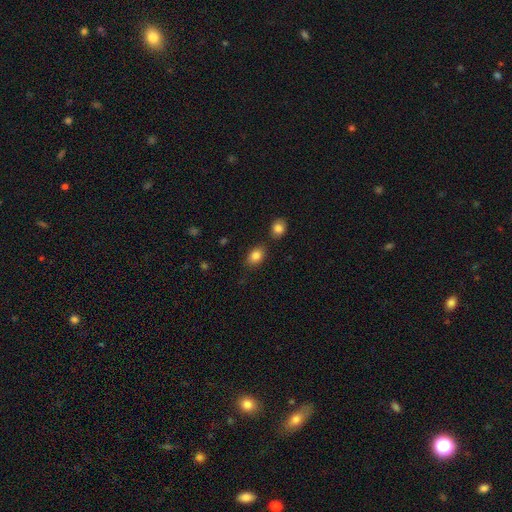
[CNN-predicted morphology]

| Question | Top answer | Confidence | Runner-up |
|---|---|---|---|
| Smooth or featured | smooth | 84% | star or artifact (9%) |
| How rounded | in between | 75% | round (24%) |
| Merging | none | 76% | minor disturbance (12%) |